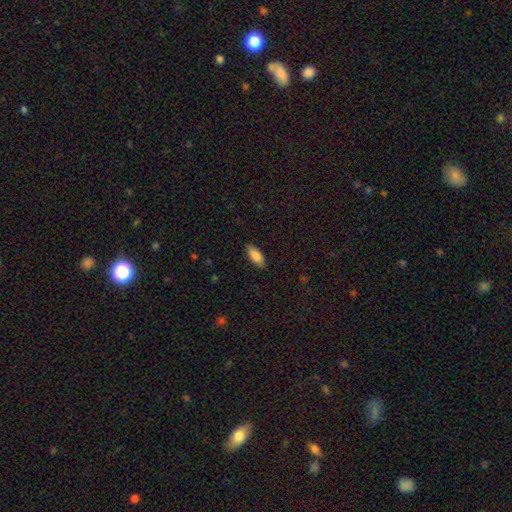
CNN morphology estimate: This appears to be a smooth galaxy with no disk features (85%) that is in between round and cigar-shaped (84%). Merging: none (88%).